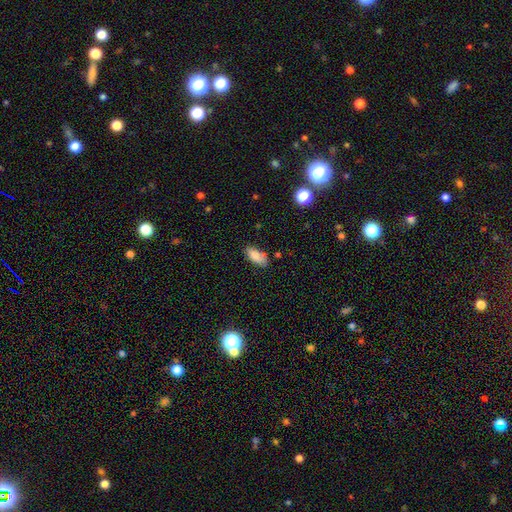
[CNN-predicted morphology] The model was most divided on "merging": none: 71%, minor disturbance: 21%, merger: 4%, major disturbance: 4%. More confident: how rounded — in between (88%); smooth or featured — smooth (84%).